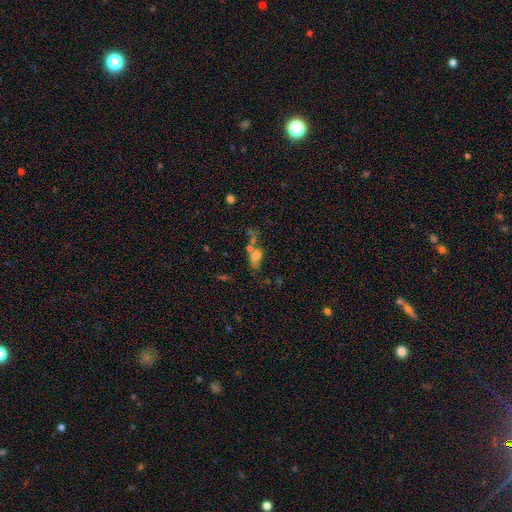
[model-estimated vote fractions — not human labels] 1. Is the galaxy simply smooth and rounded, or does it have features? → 63% smooth, 22% featured or disk, 15% star or artifact.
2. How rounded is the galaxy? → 78% in between, 15% round, 6% cigar-shaped.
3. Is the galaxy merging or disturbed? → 44% merger, 27% none, 16% major disturbance, 14% minor disturbance.